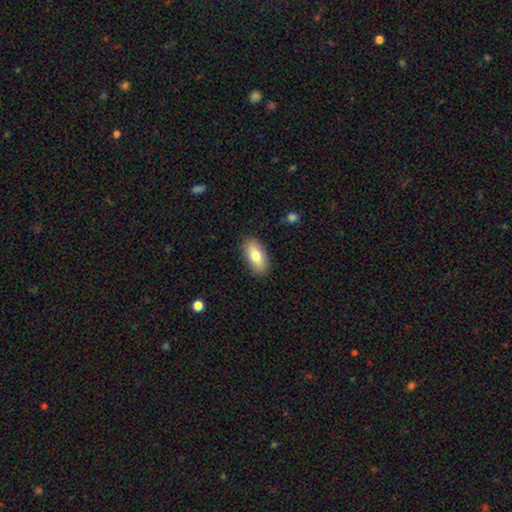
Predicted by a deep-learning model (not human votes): Smooth or featured? Predicted: smooth (p=0.77). How rounded? Predicted: in between (p=0.89). Merging? Predicted: none (p=0.86).